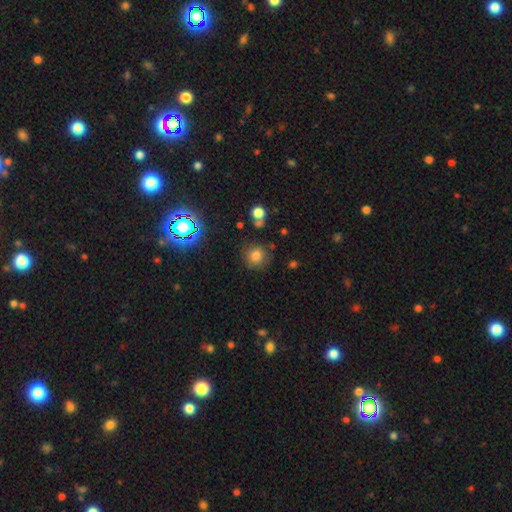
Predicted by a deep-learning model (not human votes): Overall: smooth (73%). How rounded: round (91%). Merging: none (81%).